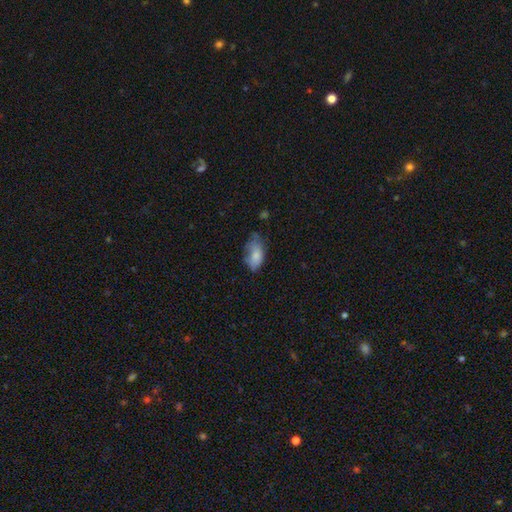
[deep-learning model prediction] Morphology: type=smooth (80%); roundness=in between (92%); merging=none (41%).